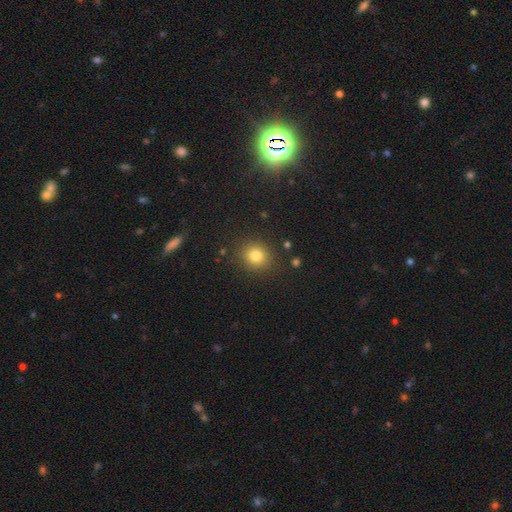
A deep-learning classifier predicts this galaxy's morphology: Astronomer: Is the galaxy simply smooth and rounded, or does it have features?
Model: smooth — 81%.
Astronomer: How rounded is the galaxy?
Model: round — 82%.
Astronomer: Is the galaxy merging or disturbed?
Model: none — 87%.